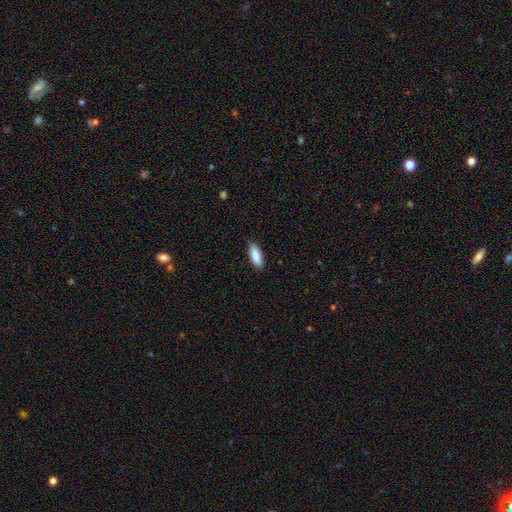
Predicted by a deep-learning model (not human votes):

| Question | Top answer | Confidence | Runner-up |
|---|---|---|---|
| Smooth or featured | smooth | 88% | star or artifact (6%) |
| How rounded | in between | 71% | cigar-shaped (27%) |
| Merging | none | 89% | minor disturbance (9%) |